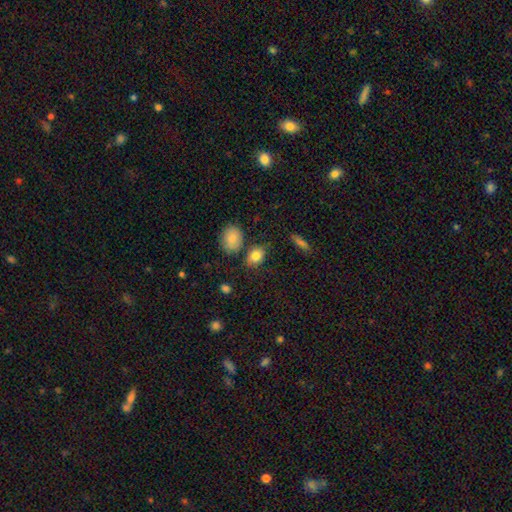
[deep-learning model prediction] Smooth or featured?
  - smooth: 83% *
  - star or artifact: 9%
  - featured or disk: 8%
How rounded?
  - in between: 71% *
  - round: 27%
  - cigar-shaped: 2%
Merging?
  - none: 73% *
  - minor disturbance: 14%
  - merger: 8%
  - major disturbance: 4%